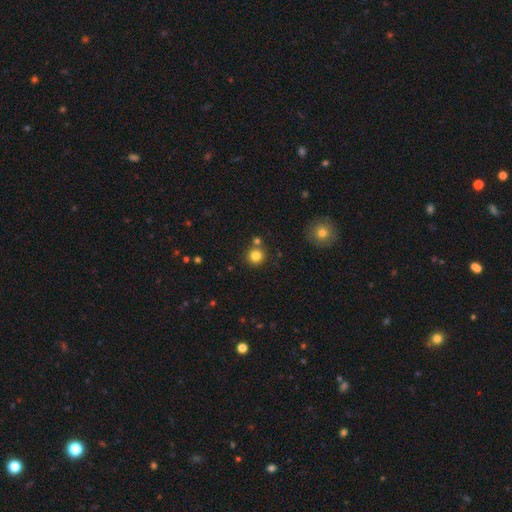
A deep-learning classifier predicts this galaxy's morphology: Smooth or featured?
  - smooth: 81% *
  - star or artifact: 13%
  - featured or disk: 6%
How rounded?
  - round: 94% *
  - in between: 5%
  - cigar-shaped: 1%
Merging?
  - none: 79% *
  - merger: 11%
  - minor disturbance: 7%
  - major disturbance: 2%